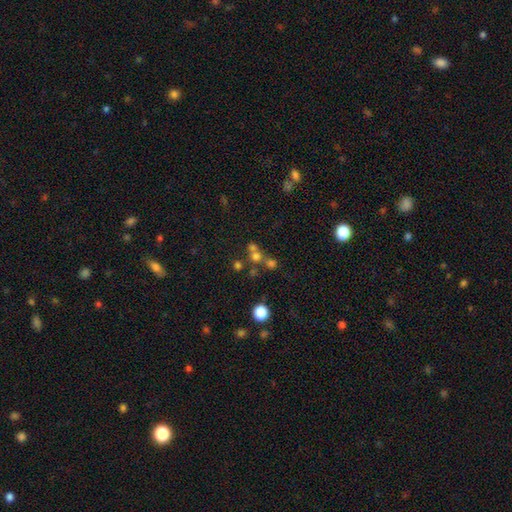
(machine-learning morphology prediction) Q: Smooth or featured?
A: smooth (62%); runner-up: star or artifact (23%)
Q: How rounded?
A: round (87%); runner-up: in between (12%)
Q: Merging?
A: none (47%); runner-up: merger (43%)